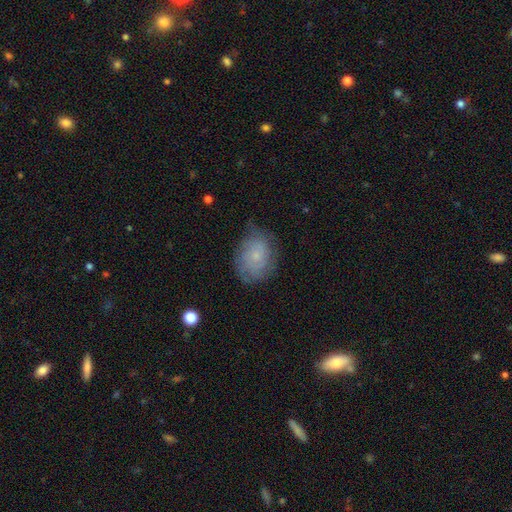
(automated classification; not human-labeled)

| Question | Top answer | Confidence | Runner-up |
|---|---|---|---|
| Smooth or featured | smooth | 50% | featured or disk (41%) |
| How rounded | in between | 59% | round (40%) |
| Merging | none | 61% | minor disturbance (28%) |